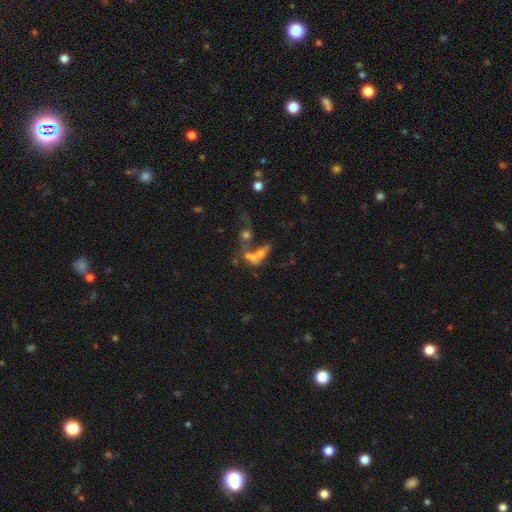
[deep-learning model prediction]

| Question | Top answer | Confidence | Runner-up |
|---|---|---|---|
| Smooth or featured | featured or disk | 42% | smooth (39%) |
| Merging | merger | 57% | none (18%) |